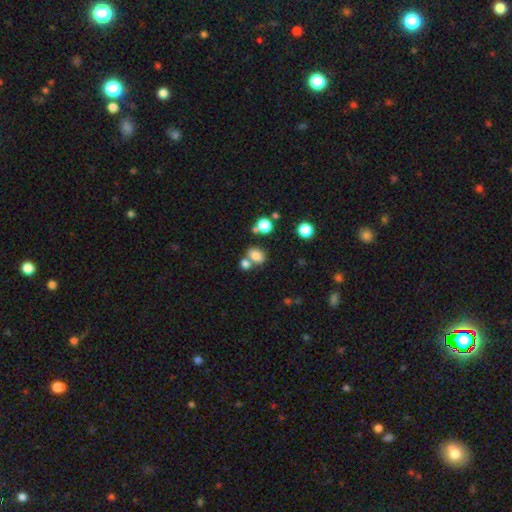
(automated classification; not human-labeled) This is likely a smooth galaxy (79%). How rounded: likely in between (67%). Merging: possibly none (50%).